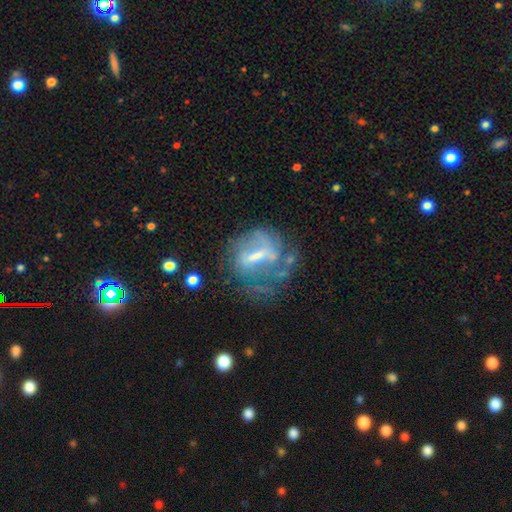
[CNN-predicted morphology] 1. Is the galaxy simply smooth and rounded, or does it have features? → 62% featured or disk, 20% star or artifact, 18% smooth.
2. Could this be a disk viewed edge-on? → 89% no, 11% yes.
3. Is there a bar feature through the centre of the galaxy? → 43% strong, 36% weak, 21% no.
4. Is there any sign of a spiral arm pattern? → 57% yes, 43% no.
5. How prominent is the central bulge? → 50% small, 27% moderate, 19% none, 3% large, 1% dominant.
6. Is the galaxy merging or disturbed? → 53% none, 23% major disturbance, 19% minor disturbance, 5% merger.